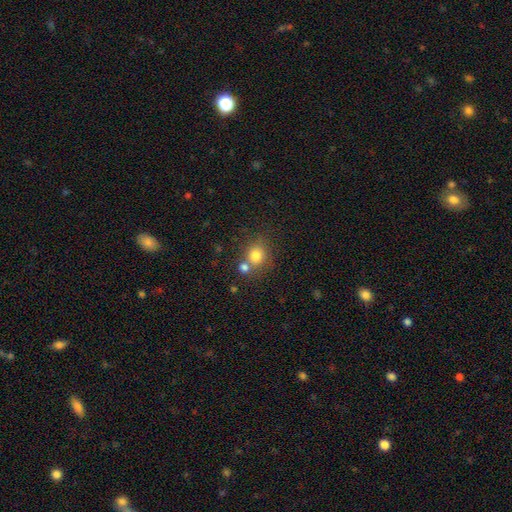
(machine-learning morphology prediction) Smooth or featured? smooth (78%)
How rounded? round (77%)
Merging? none (54%)